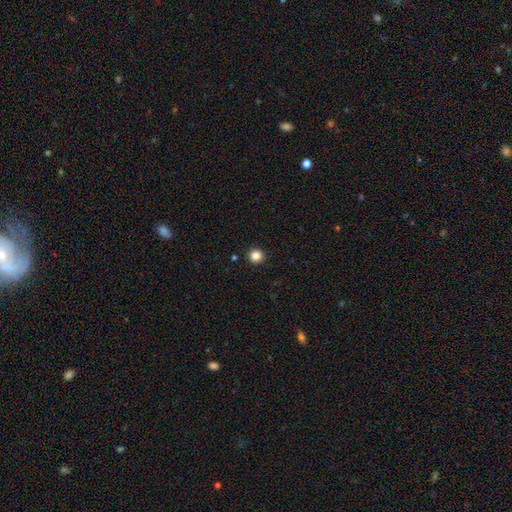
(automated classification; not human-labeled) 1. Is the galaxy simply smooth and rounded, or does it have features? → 85% smooth, 12% star or artifact, 4% featured or disk.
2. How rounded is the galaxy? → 95% round, 5% in between, 1% cigar-shaped.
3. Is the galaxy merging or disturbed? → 93% none, 4% minor disturbance, 1% major disturbance, 1% merger.